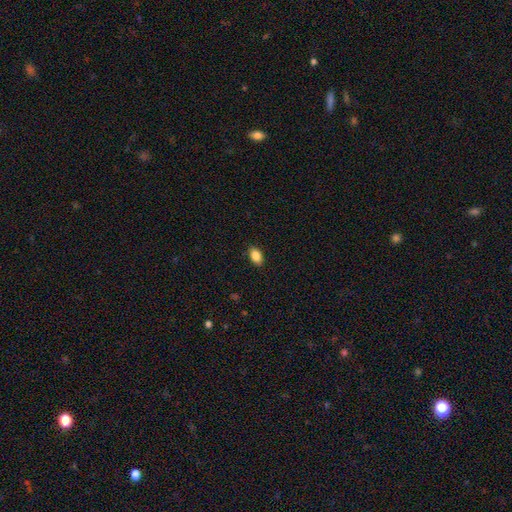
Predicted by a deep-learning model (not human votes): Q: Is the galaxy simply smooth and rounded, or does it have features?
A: smooth — 87%.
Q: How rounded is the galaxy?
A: in between — 88%.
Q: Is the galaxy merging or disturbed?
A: none — 88%.